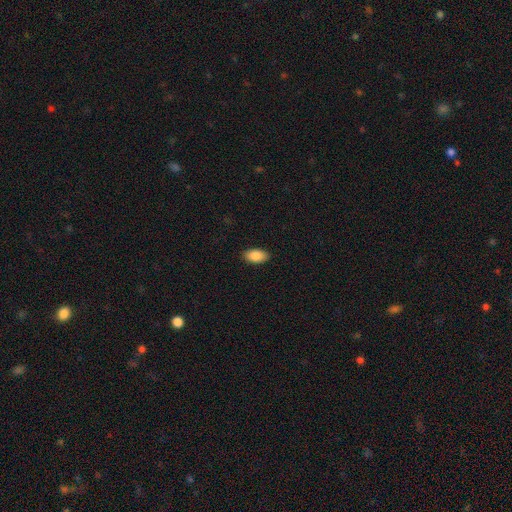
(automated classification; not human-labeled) Overall: smooth (89%). How rounded: in between (94%). Merging: none (89%).